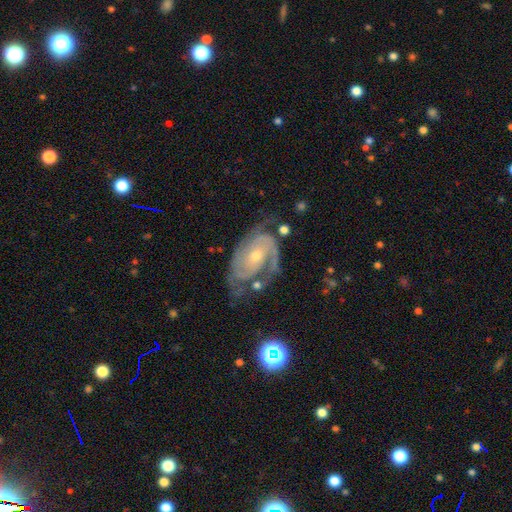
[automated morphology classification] type=featured or disk (89%); edge-on=no (97%); bar=no (63%); spiral arms=yes (97%); winding=tight (54%); arm count=2 (63%); bulge=small (54%); merging=none (58%).